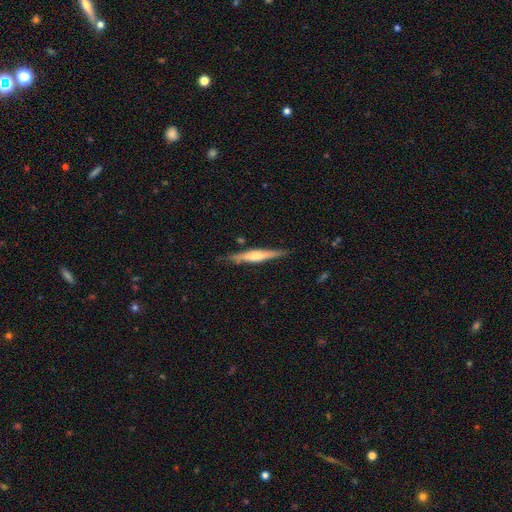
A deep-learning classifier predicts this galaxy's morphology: Smooth or featured? featured or disk (62%)
Edge-on disk? yes (96%)
Edge-on bulge? rounded (75%)
Merging? none (85%)